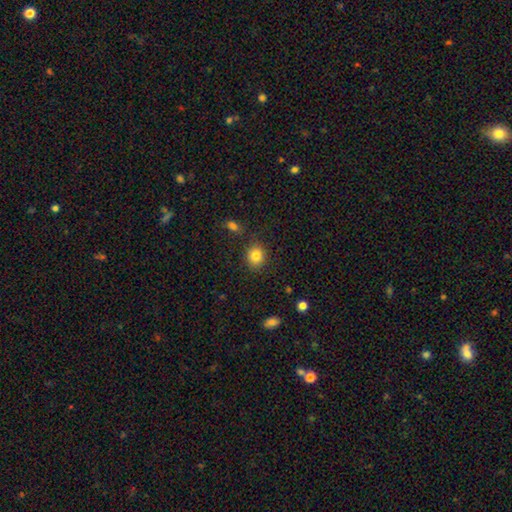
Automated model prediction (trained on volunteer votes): Q: Smooth or featured?
A: smooth (83%); runner-up: star or artifact (10%)
Q: How rounded?
A: round (70%); runner-up: in between (29%)
Q: Merging?
A: none (84%); runner-up: minor disturbance (10%)